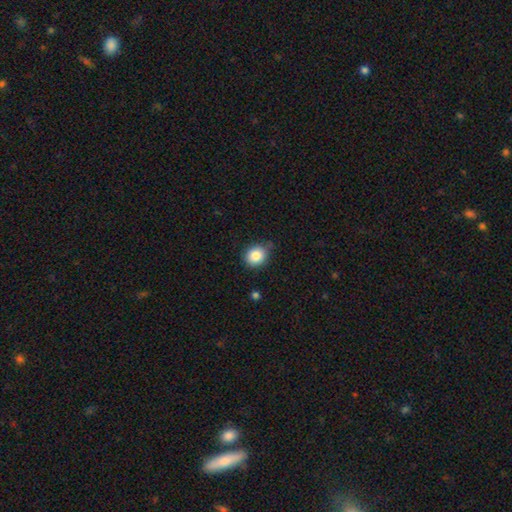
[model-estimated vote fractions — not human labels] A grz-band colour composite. It shows a smooth galaxy with no disk features (85%) that is round (70%). Merging: none (77%).